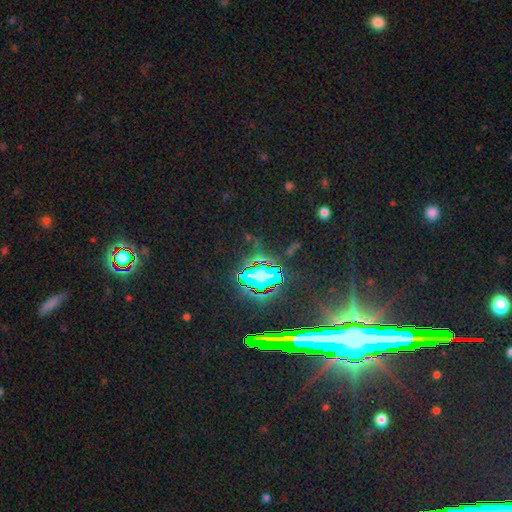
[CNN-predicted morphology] This appears to be a star or artifact, not a galaxy (79%).